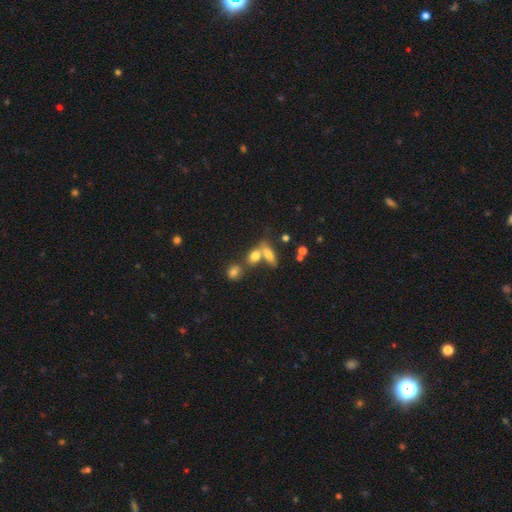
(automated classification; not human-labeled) Overall: smooth (70%). How rounded: in between (67%). Merging: merger (43%; none 40%).